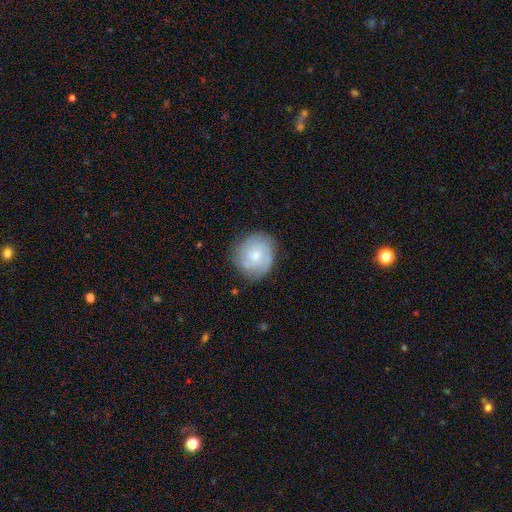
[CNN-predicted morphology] type=featured or disk (60%); edge-on=no (98%); bar=no (74%); spiral arms=yes (88%); winding=tight (60%); arm count=can't tell (32%); bulge=small (49%); merging=none (78%).